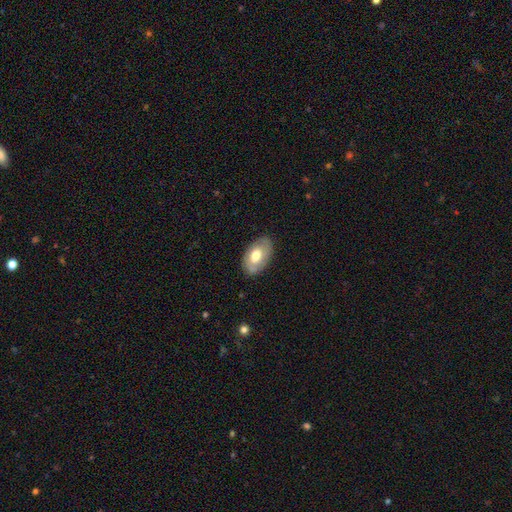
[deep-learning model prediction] smooth_or_featured: smooth (p=0.59) [alt: featured or disk p=0.35]
how_rounded: in between (p=0.92) [alt: round p=0.07]
merging: none (p=0.80) [alt: minor disturbance p=0.15]